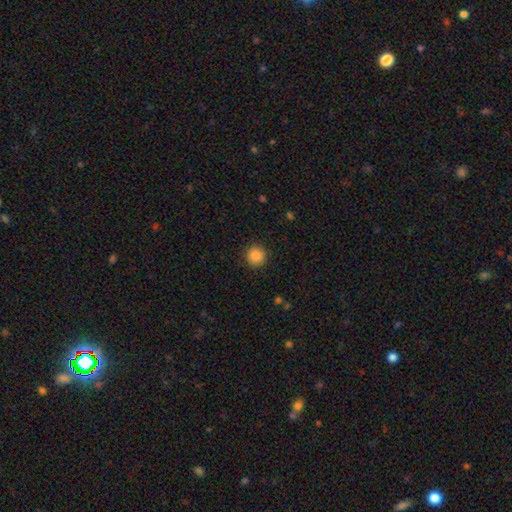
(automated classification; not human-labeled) A smooth galaxy with no disk features (87%) that is round (94%). Merging: none (91%).